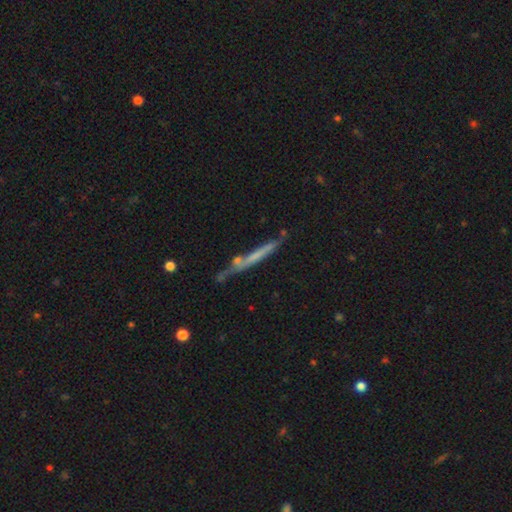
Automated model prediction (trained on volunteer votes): Overall: featured or disk (48%; smooth 44%). Merging: none (67%).